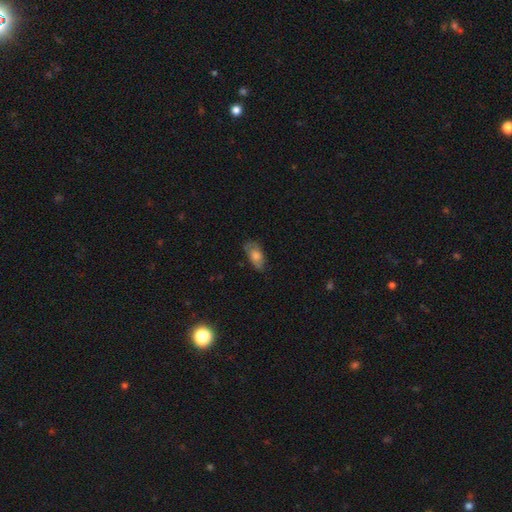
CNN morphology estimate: smooth-or-featured: smooth: 71% | featured or disk: 21% | star or artifact: 8%
  how-rounded: in between: 89% | cigar-shaped: 7% | round: 4%
  merging: none: 66% | minor disturbance: 26% | major disturbance: 7% | merger: 1%